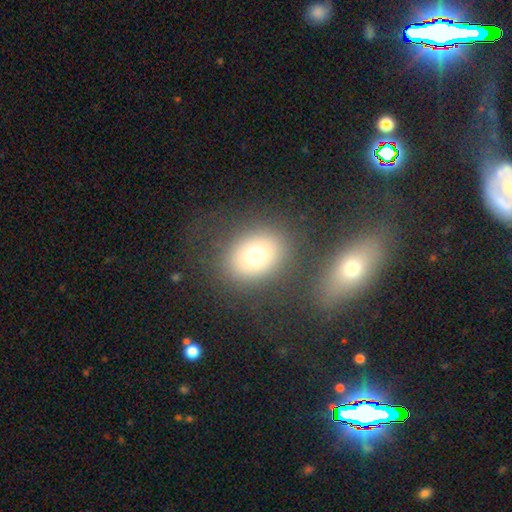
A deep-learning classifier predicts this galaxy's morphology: This appears to be a smooth galaxy with no disk features (70%) that is round (51%). Merging: none (75%).